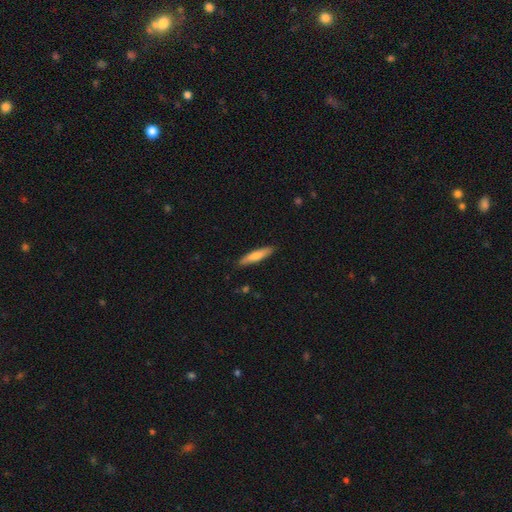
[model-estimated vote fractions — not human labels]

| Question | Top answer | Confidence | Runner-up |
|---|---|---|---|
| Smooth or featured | smooth | 73% | featured or disk (22%) |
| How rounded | cigar-shaped | 85% | in between (14%) |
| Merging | none | 88% | minor disturbance (9%) |